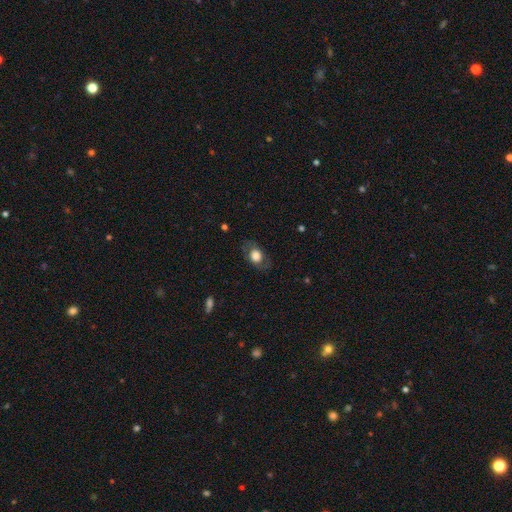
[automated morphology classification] type=smooth (62%); roundness=in between (70%); merging=none (75%).